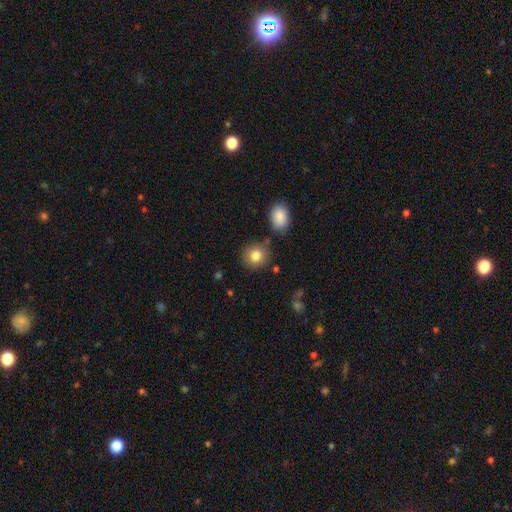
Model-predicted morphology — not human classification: Smooth or featured? Predicted: smooth (p=0.83). How rounded? Predicted: round (p=0.87). Merging? Predicted: none (p=0.83).